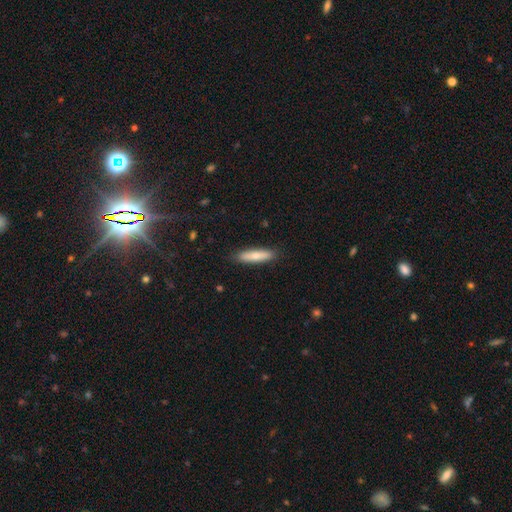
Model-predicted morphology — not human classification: A smooth galaxy with no disk features (71%) that is cigar-shaped (78%).

Vote fractions:
- Smooth or featured? smooth: 71% / featured or disk: 23% / star or artifact: 6%
- How rounded? cigar-shaped: 78% / in between: 21% / round: 2%
- Merging? none: 88% / minor disturbance: 9% / major disturbance: 2% / merger: 1%